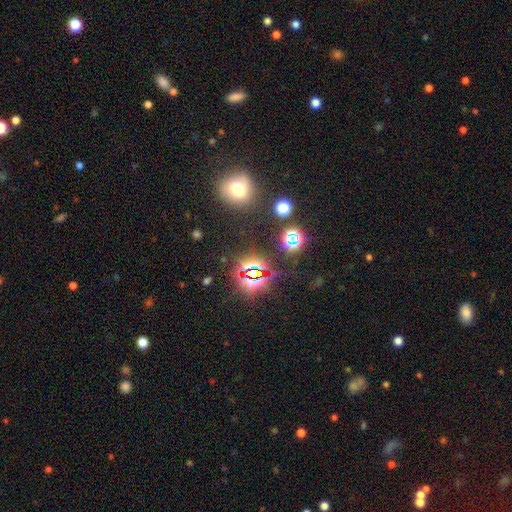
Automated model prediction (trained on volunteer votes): Smooth or featured? Predicted: star or artifact (p=0.70).